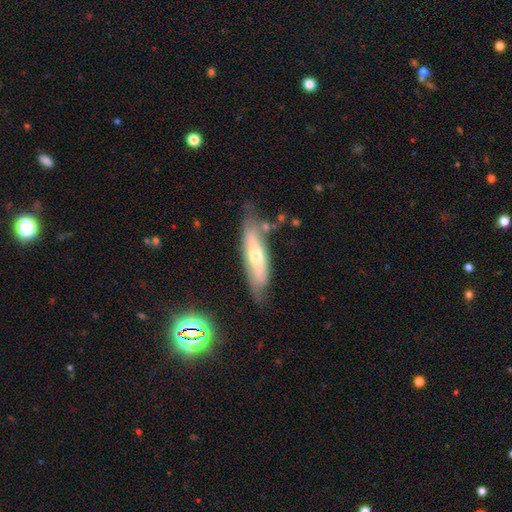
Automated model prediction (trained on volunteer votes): Q: Smooth or featured?
A: featured or disk (48%); runner-up: smooth (45%)
Q: Merging?
A: none (68%); runner-up: minor disturbance (22%)